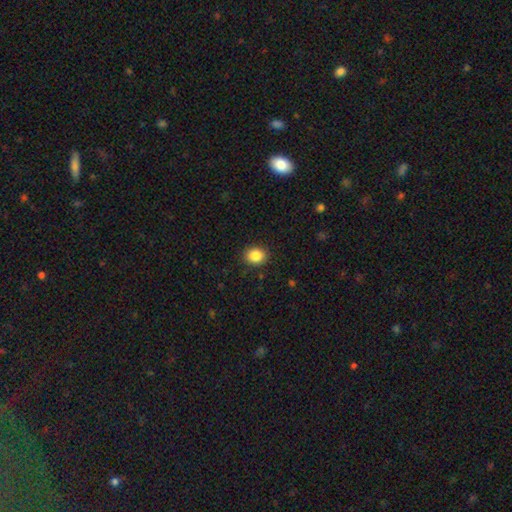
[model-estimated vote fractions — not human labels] This appears to be a smooth galaxy with no disk features (85%) that is round (67%). Merging: none (89%).